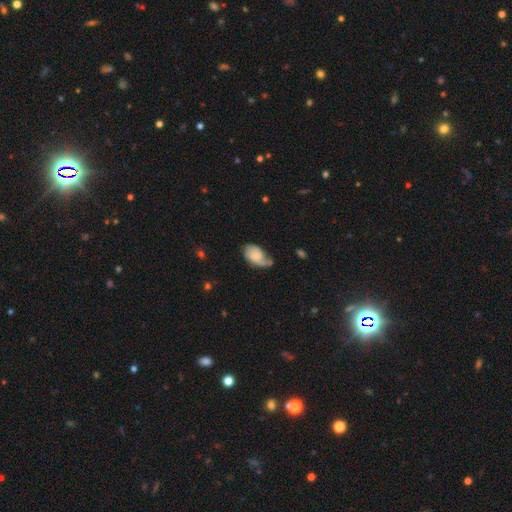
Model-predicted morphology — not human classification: A smooth galaxy with no disk features (48%).

Vote fractions:
- Smooth or featured? smooth: 48% / featured or disk: 44% / star or artifact: 8%
- Merging? none: 42% / minor disturbance: 35% / major disturbance: 16% / merger: 6%